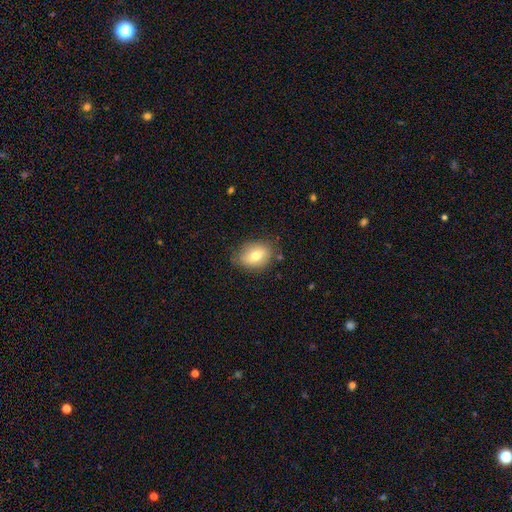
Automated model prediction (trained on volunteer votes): Smooth or featured? smooth (73%)
How rounded? in between (74%)
Merging? none (77%)